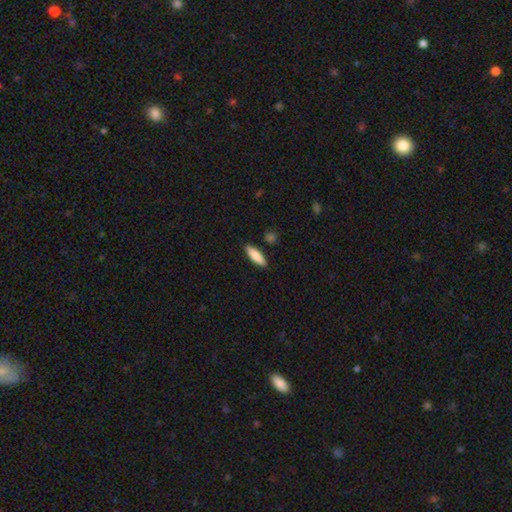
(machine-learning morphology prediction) Smooth or featured?
  - smooth: 84% *
  - featured or disk: 10%
  - star or artifact: 6%
How rounded?
  - cigar-shaped: 58% *
  - in between: 40%
  - round: 2%
Merging?
  - none: 87% *
  - minor disturbance: 9%
  - merger: 2%
  - major disturbance: 2%